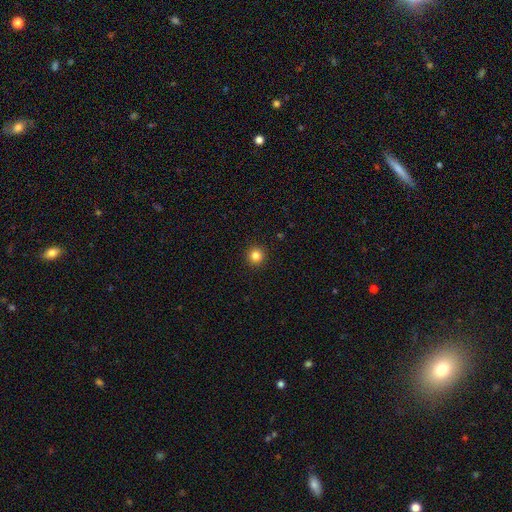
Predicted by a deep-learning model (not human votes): The model was most divided on "smooth or featured": smooth: 84%, star or artifact: 12%, featured or disk: 4%. More confident: how rounded — round (95%); merging — none (93%).